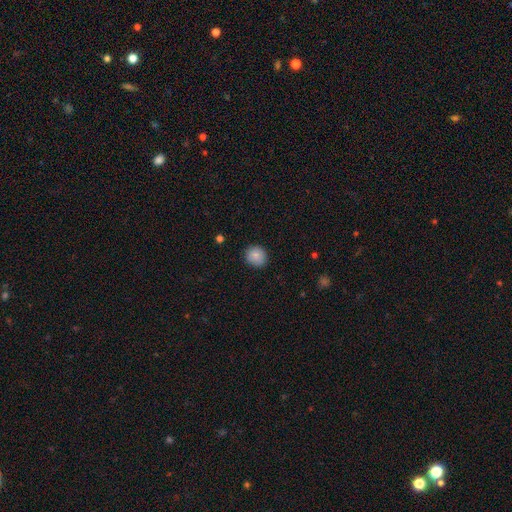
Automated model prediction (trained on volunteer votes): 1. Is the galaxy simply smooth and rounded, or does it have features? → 87% smooth, 8% star or artifact, 5% featured or disk.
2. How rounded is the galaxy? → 84% round, 15% in between, 1% cigar-shaped.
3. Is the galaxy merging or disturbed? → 88% none, 9% minor disturbance, 2% major disturbance, 1% merger.